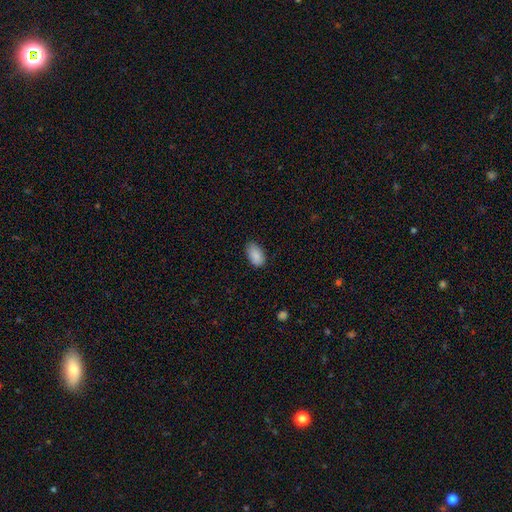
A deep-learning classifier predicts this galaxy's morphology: Smooth or featured: smooth — 89% (star or artifact — 7%)
How rounded: in between — 93% (round — 5%)
Merging: none — 80% (minor disturbance — 16%)